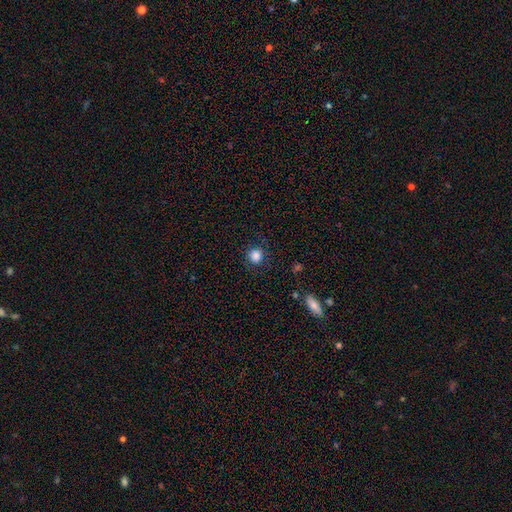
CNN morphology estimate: Smooth or featured: smooth — 86% (star or artifact — 10%)
How rounded: round — 91% (in between — 8%)
Merging: none — 87% (minor disturbance — 9%)